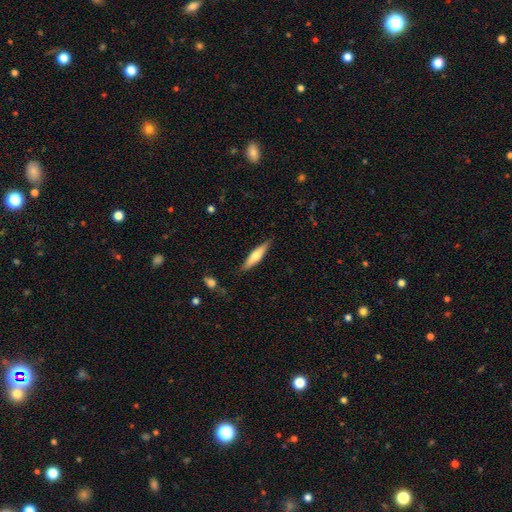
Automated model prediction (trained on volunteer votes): This is possibly a smooth galaxy (55%). How rounded: likely cigar-shaped (76%). Merging: clearly none (85%).